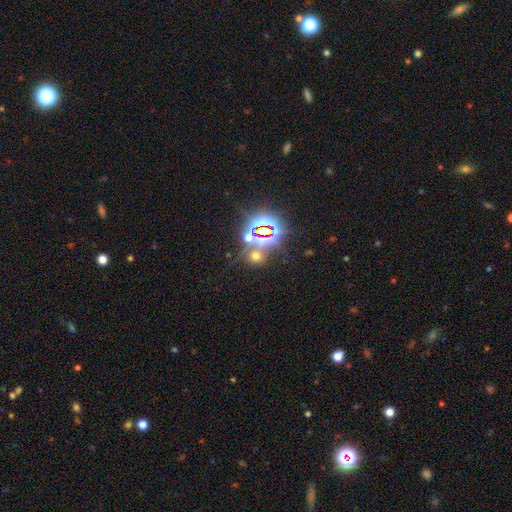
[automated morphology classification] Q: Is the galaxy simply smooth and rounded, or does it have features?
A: star or artifact — 51%.